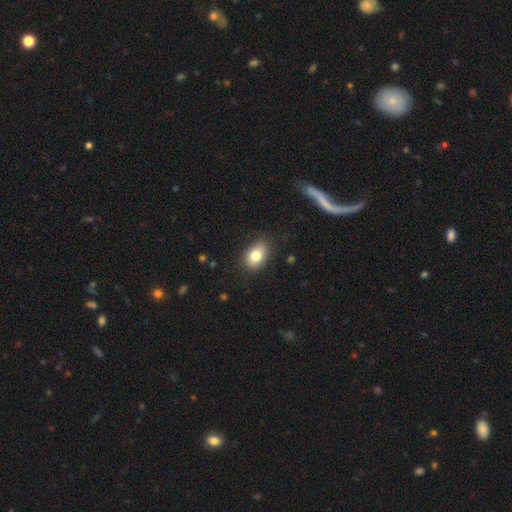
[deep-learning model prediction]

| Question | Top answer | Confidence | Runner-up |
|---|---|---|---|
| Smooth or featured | smooth | 81% | featured or disk (10%) |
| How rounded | in between | 82% | round (17%) |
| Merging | none | 80% | minor disturbance (15%) |